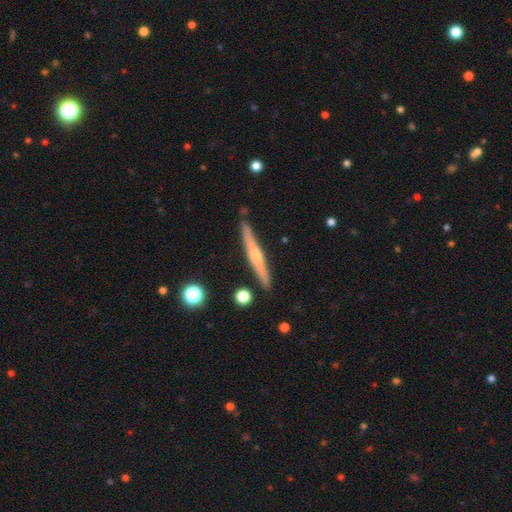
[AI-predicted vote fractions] smooth-or-featured: featured or disk: 63% | smooth: 31% | star or artifact: 6%
  disk-edge-on: yes: 97% | no: 3%
    edge-on-bulge: rounded: 70% | none: 24% | boxy: 6%
  merging: none: 88% | minor disturbance: 8% | merger: 2% | major disturbance: 2%